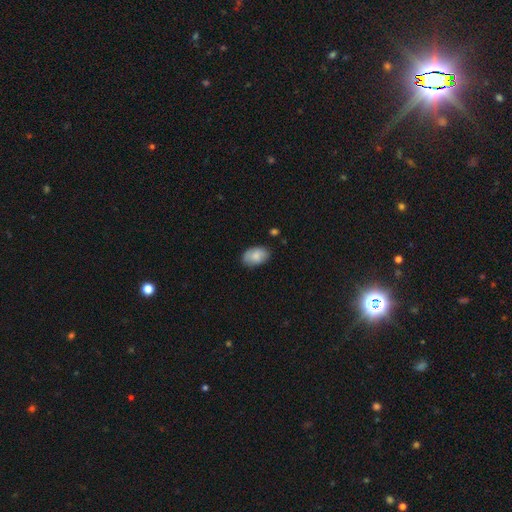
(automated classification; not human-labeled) A smooth galaxy with no disk features (82%) that is in between round and cigar-shaped (90%).

Vote fractions:
- Smooth or featured? smooth: 82% / featured or disk: 12% / star or artifact: 7%
- How rounded? in between: 90% / round: 8% / cigar-shaped: 1%
- Merging? none: 79% / minor disturbance: 16% / major disturbance: 3% / merger: 2%